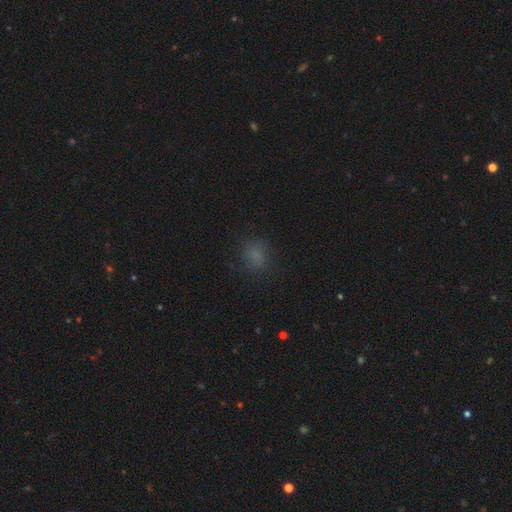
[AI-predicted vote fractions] The model was most divided on "how rounded": round: 65%, in between: 34%, cigar-shaped: 1%. More confident: merging — none (77%); smooth or featured — smooth (72%).